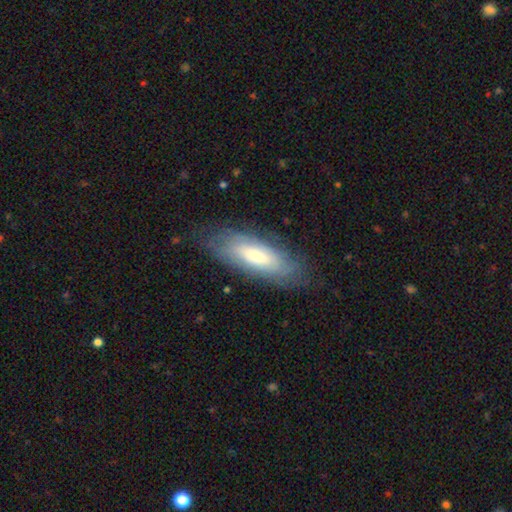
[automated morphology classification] Overall: smooth (56%; featured or disk 37%). How rounded: in between (65%; cigar-shaped 33%). Merging: none (76%).